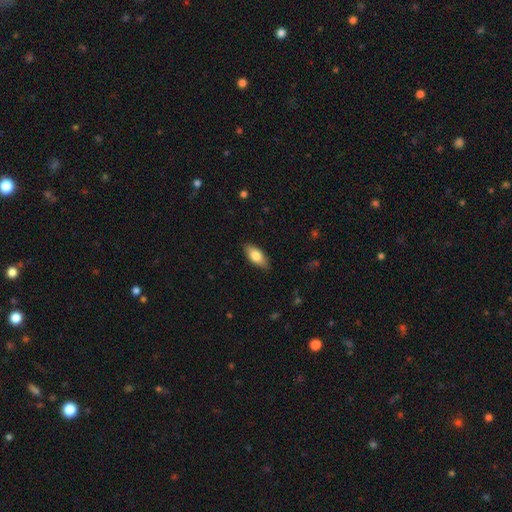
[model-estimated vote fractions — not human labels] This appears to be a smooth galaxy with no disk features (79%) that is in between round and cigar-shaped (84%). Merging: none (87%).